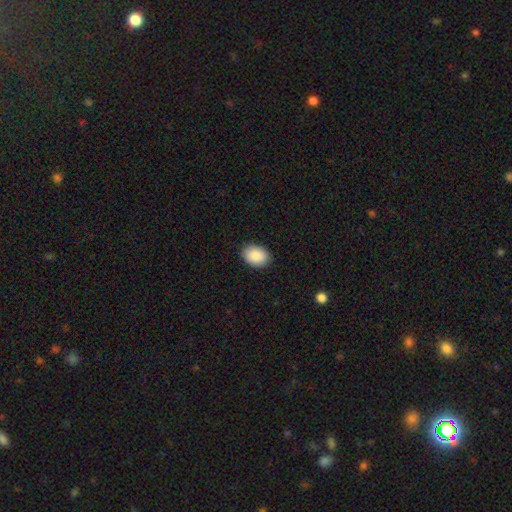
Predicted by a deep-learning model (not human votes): Smooth or featured: smooth — 89% (star or artifact — 7%)
How rounded: in between — 76% (round — 23%)
Merging: none — 89% (minor disturbance — 8%)